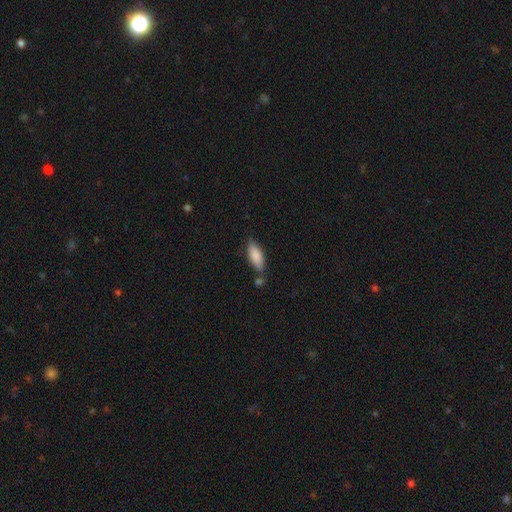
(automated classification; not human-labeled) Overall: smooth (84%). How rounded: in between (75%). Merging: none (70%).